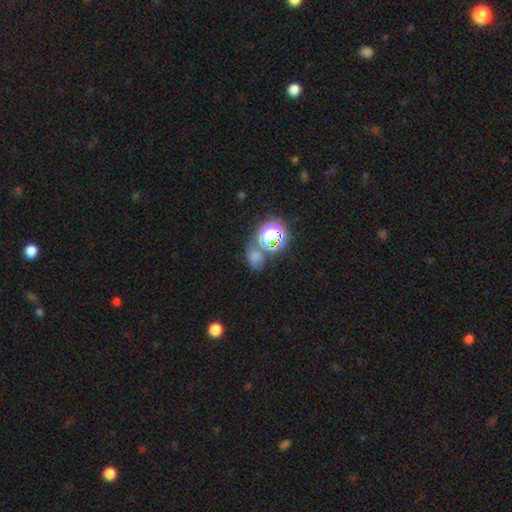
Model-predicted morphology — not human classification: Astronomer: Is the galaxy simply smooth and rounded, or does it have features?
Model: star or artifact — 47% (runner-up: smooth, 43%).